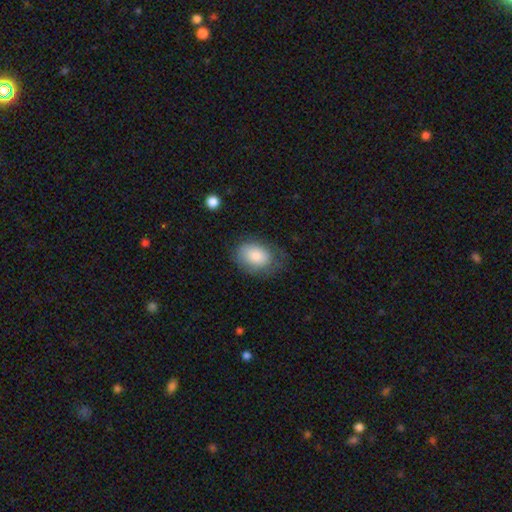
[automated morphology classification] Q: Smooth or featured?
A: smooth (82%); runner-up: featured or disk (12%)
Q: How rounded?
A: in between (80%); runner-up: round (19%)
Q: Merging?
A: none (63%); runner-up: minor disturbance (26%)